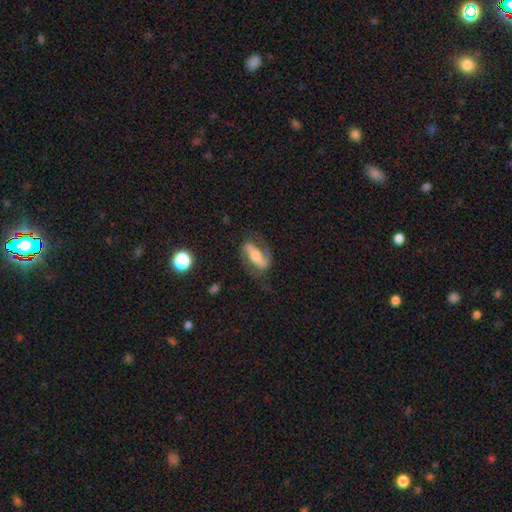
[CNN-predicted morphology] Smooth or featured? featured or disk (73%)
Edge-on disk? no (86%)
Bar? strong (58%)
Spiral arms? yes (88%)
Spiral winding? medium (41%)
Spiral arm count? 2 (85%)
Bulge size? moderate (58%)
Merging? none (66%)